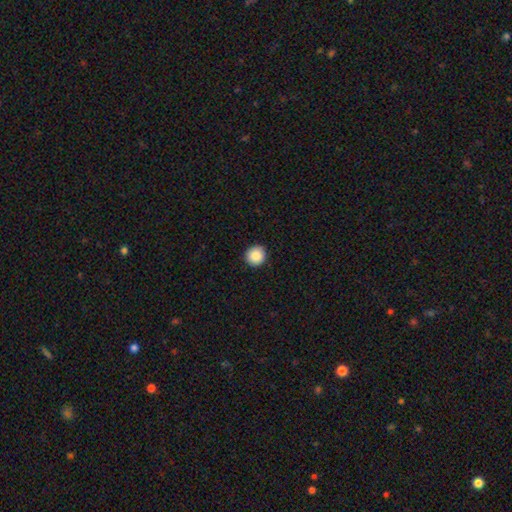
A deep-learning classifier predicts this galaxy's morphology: smooth-or-featured: smooth: 88% | star or artifact: 8% | featured or disk: 4%
  how-rounded: round: 92% | in between: 7% | cigar-shaped: 1%
  merging: none: 92% | minor disturbance: 6% | major disturbance: 2% | merger: 1%